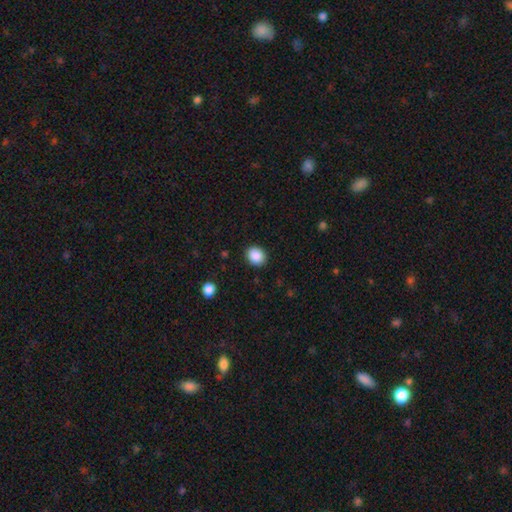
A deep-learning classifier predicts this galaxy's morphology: Smooth or featured: smooth — 89% (star or artifact — 9%)
How rounded: round — 65% (in between — 34%)
Merging: none — 90% (minor disturbance — 7%)